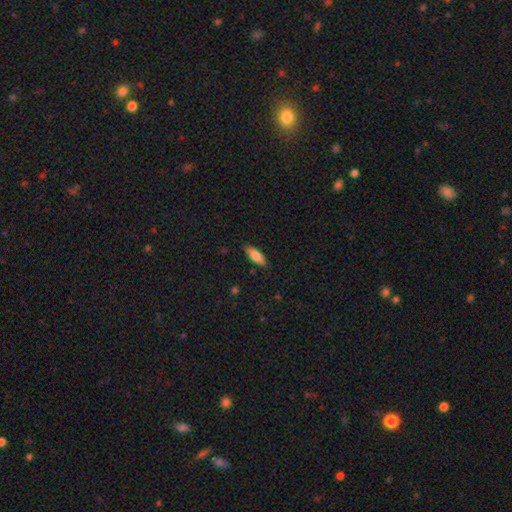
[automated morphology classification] Overall: smooth (79%). How rounded: in between (57%; cigar-shaped 41%). Merging: none (86%).